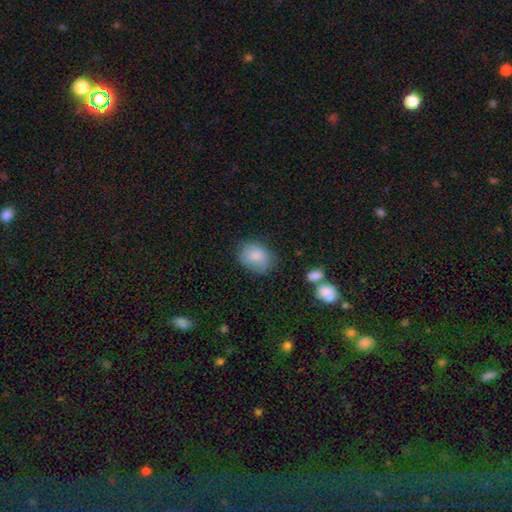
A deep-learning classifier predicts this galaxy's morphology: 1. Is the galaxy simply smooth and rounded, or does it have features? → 81% smooth, 12% featured or disk, 8% star or artifact.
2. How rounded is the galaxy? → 62% in between, 37% round, 1% cigar-shaped.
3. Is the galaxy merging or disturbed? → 61% none, 27% minor disturbance, 9% major disturbance, 3% merger.